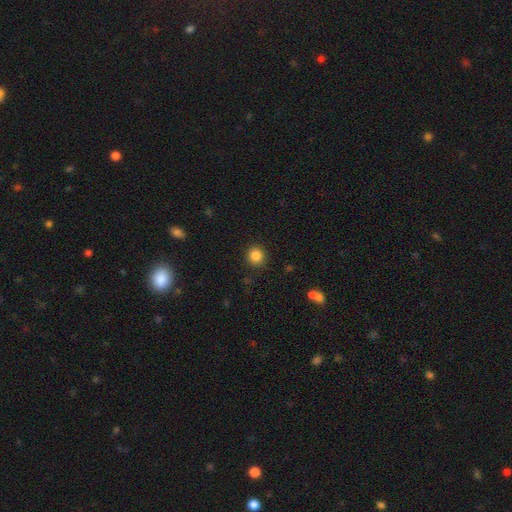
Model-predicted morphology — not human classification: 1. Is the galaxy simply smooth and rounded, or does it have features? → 85% smooth, 11% star or artifact, 4% featured or disk.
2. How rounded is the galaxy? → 93% round, 7% in between, 1% cigar-shaped.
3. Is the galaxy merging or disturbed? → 90% none, 6% minor disturbance, 2% major disturbance, 1% merger.